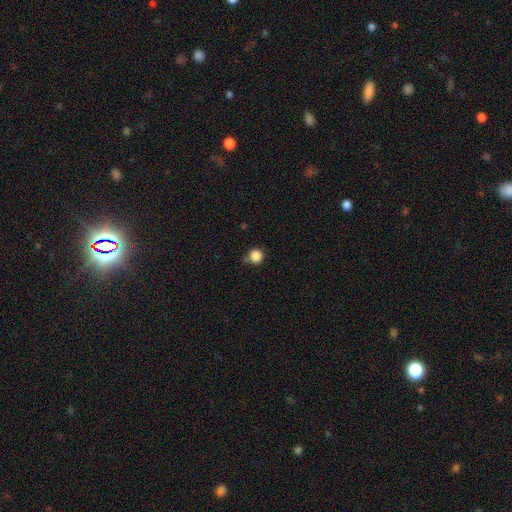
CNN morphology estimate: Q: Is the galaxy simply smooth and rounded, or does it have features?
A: smooth — 85%.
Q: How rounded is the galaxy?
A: round — 94%.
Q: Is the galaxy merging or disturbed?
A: none — 75%.